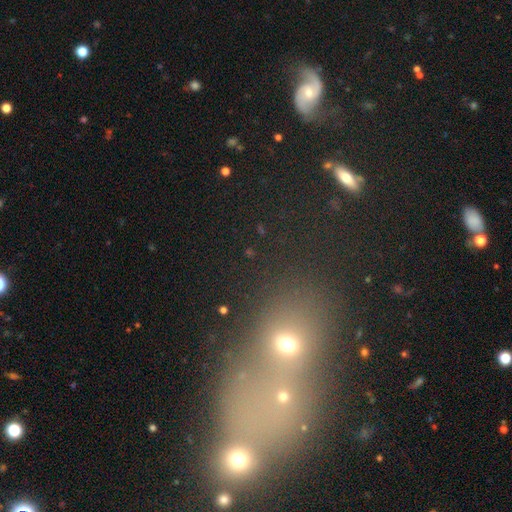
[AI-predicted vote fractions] A star or artifact, not a galaxy (43%).

Vote fractions:
- Smooth or featured? star or artifact: 43% / smooth: 42% / featured or disk: 16%